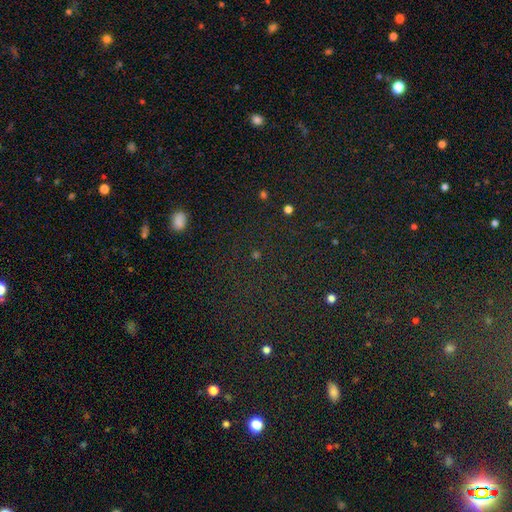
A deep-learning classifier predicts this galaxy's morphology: The model was most divided on "smooth or featured": star or artifact: 71%, smooth: 20%, featured or disk: 9%.